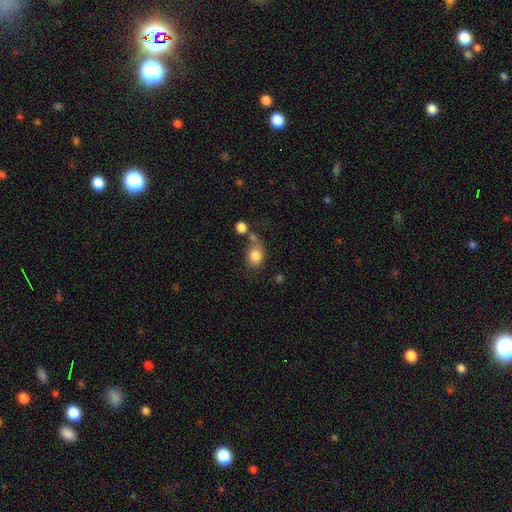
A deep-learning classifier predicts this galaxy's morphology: Overall: smooth (82%). How rounded: round (54%; in between 45%). Merging: none (45%; merger 27%).